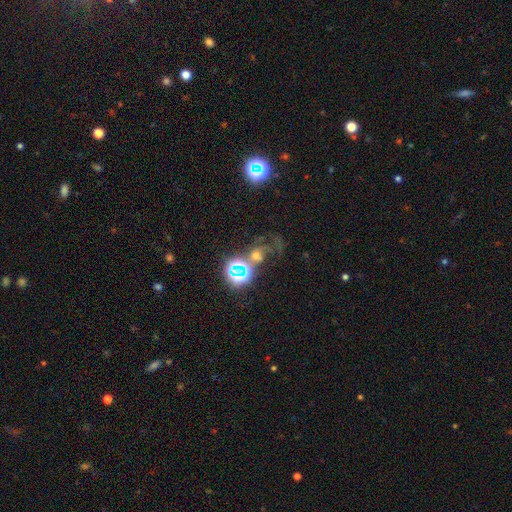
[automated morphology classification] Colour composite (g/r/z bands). It shows a star or artifact, not a galaxy (43%).